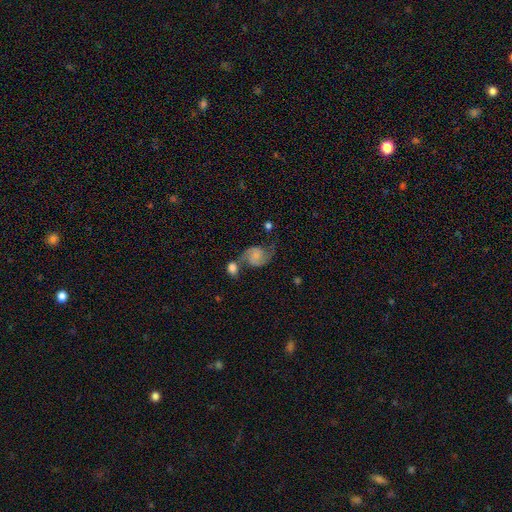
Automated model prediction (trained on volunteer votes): A featured or disk galaxy (79%) with no bar (63%), 2 (92%) medium (45%) spiral arms (96%) and no central bulge (44%). Merging: none (47%).